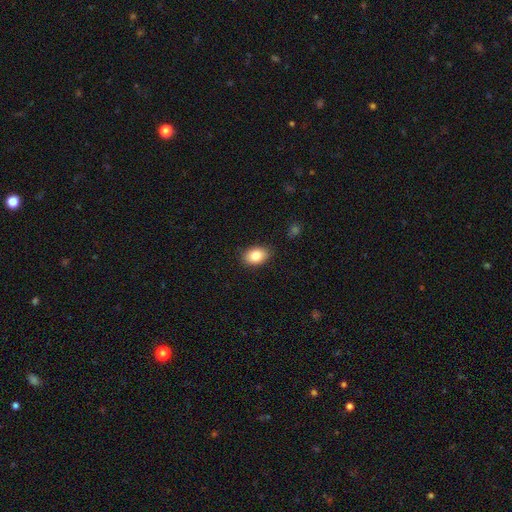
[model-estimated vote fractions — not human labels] Morphology: type=smooth (84%); roundness=in between (81%); merging=none (86%).